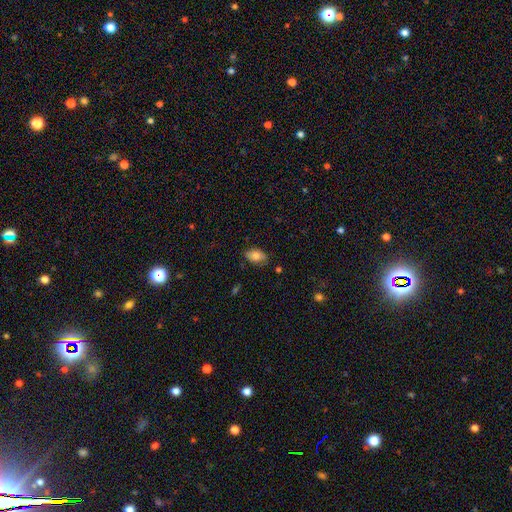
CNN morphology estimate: smooth 77%, featured or disk 15%, star or artifact 8%. Down the decision tree: how rounded — in between (91%); merging — none (80%).